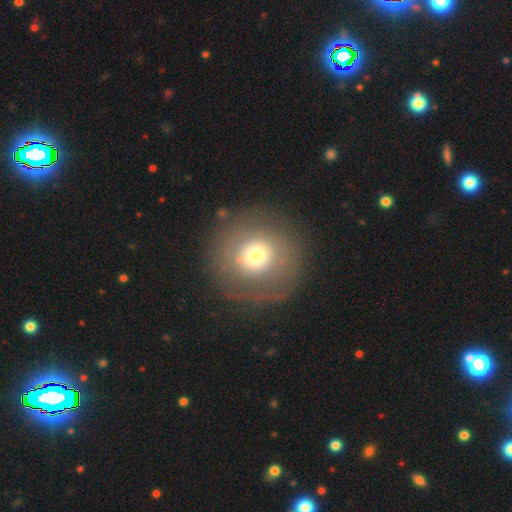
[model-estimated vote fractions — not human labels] Smooth or featured? smooth (61%)
How rounded? round (91%)
Merging? none (75%)